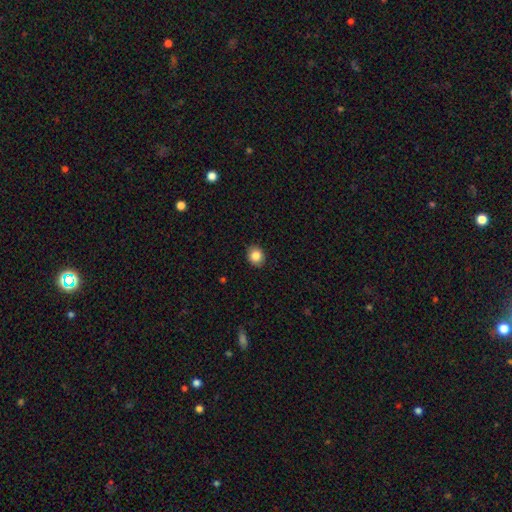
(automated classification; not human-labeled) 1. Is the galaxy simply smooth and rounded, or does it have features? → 85% smooth, 9% star or artifact, 6% featured or disk.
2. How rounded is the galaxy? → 68% round, 31% in between, 1% cigar-shaped.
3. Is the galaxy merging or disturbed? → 89% none, 8% minor disturbance, 2% major disturbance, 1% merger.